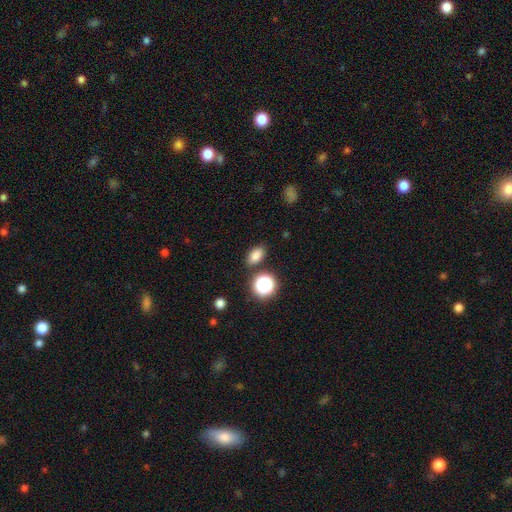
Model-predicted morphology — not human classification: smooth-or-featured: smooth: 80% | star or artifact: 15% | featured or disk: 6%
  how-rounded: in between: 82% | round: 16% | cigar-shaped: 2%
  merging: none: 83% | minor disturbance: 9% | merger: 4% | major disturbance: 3%